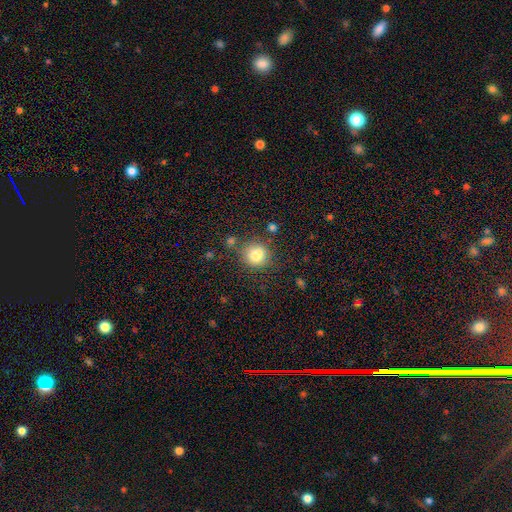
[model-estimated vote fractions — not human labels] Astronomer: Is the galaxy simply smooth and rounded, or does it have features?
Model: smooth — 83%.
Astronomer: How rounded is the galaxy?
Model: round — 85%.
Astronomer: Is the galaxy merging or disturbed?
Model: none — 77%.